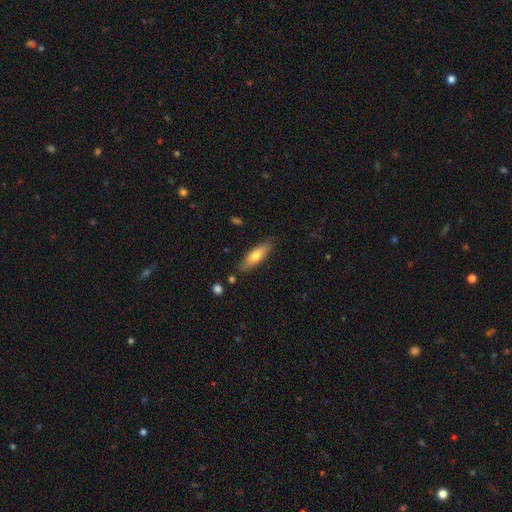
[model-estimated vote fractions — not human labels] A smooth galaxy with no disk features (65%) that is cigar-shaped (53%). Merging: none (84%).